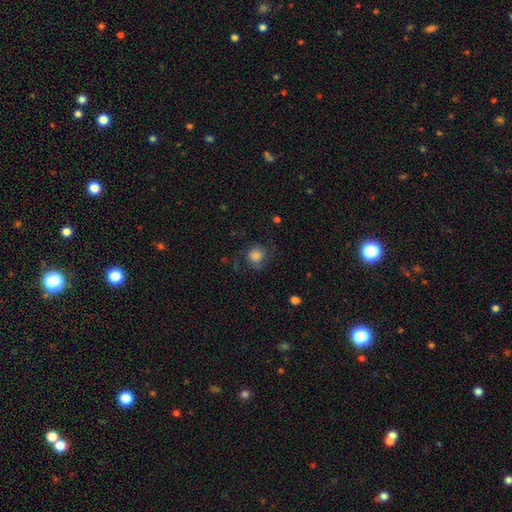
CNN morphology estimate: A smooth galaxy with no disk features (75%) that is round (87%).

Vote fractions:
- Smooth or featured? smooth: 75% / featured or disk: 16% / star or artifact: 9%
- How rounded? round: 87% / in between: 12% / cigar-shaped: 1%
- Merging? none: 69% / minor disturbance: 19% / major disturbance: 11% / merger: 2%